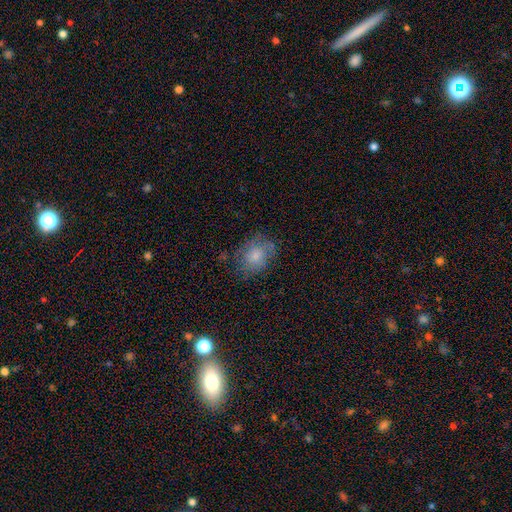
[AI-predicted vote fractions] smooth_or_featured: smooth (p=0.72) [alt: featured or disk p=0.19]
how_rounded: in between (p=0.62) [alt: round p=0.37]
merging: none (p=0.67) [alt: minor disturbance p=0.22]